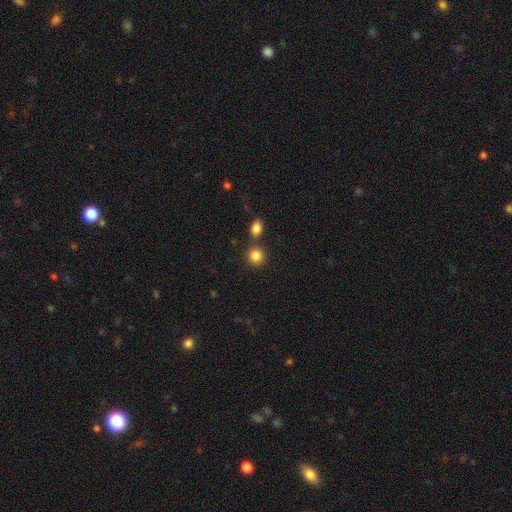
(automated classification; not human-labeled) This is clearly a smooth galaxy (85%). How rounded: clearly round (86%). Merging: likely none (70%).